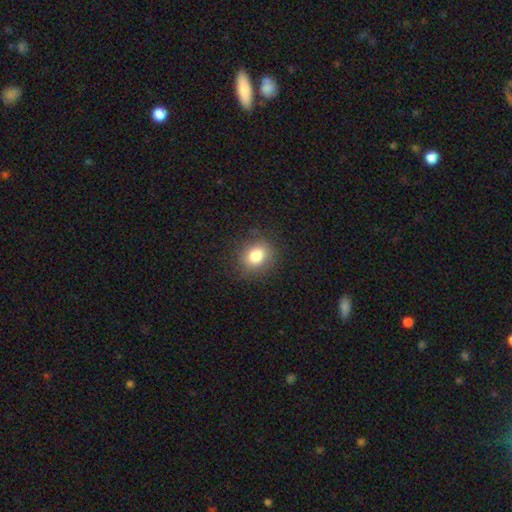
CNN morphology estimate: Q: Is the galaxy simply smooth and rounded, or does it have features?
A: smooth — 82%.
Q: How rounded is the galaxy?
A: round — 61%.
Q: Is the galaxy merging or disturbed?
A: none — 84%.